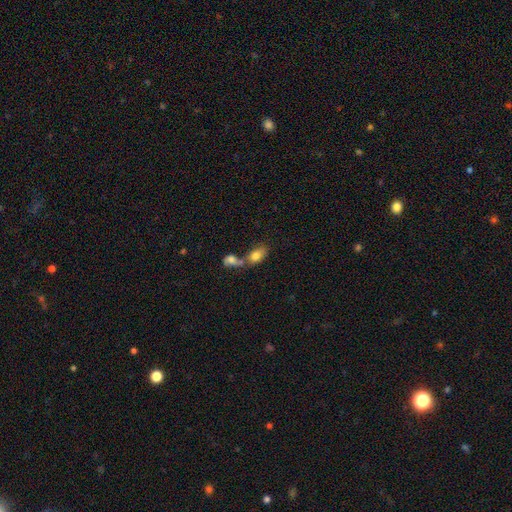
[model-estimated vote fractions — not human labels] Q: Smooth or featured?
A: smooth (78%); runner-up: featured or disk (14%)
Q: How rounded?
A: in between (84%); runner-up: round (13%)
Q: Merging?
A: merger (59%); runner-up: none (27%)